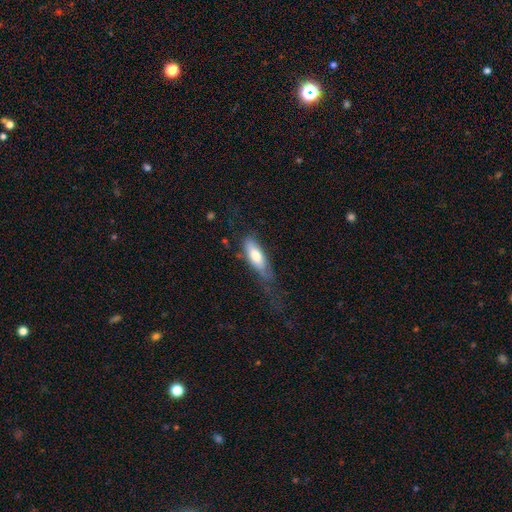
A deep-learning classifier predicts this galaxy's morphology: Overall: smooth (70%). How rounded: in between (67%; cigar-shaped 31%). Merging: none (43%; minor disturbance 31%).